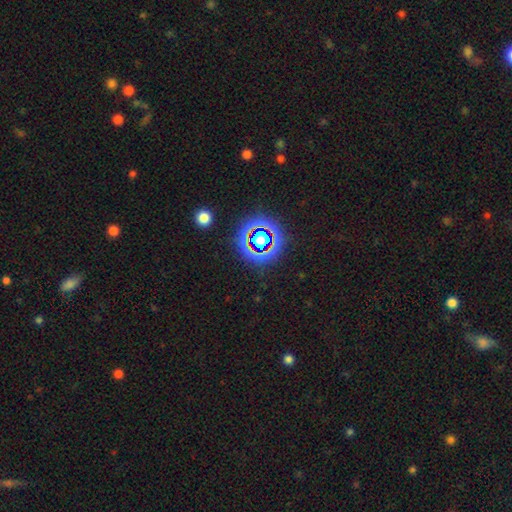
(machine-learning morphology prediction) Smooth or featured? Predicted: star or artifact (p=0.77).